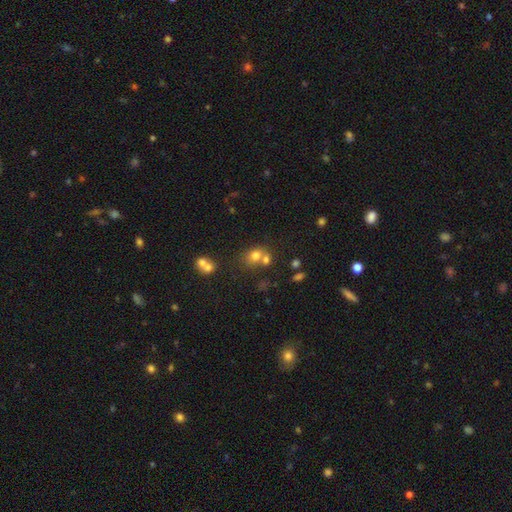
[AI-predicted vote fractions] smooth 71%, star or artifact 15%, featured or disk 14%. Down the decision tree: how rounded — round (58%); merging — merger (44%).